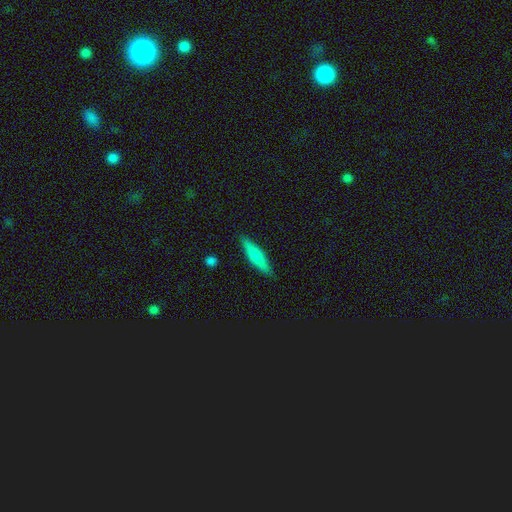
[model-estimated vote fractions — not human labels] Smooth or featured? smooth (71%)
How rounded? cigar-shaped (80%)
Merging? none (88%)